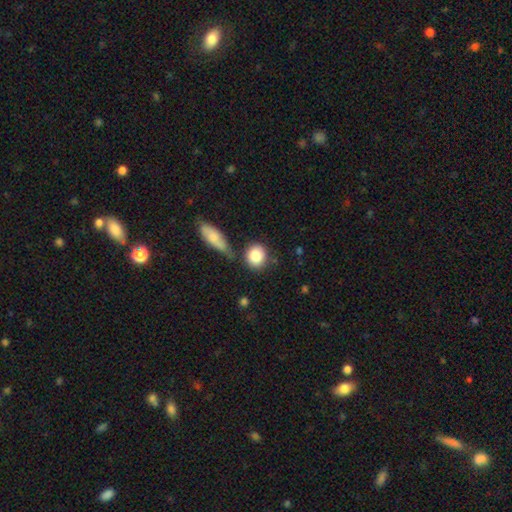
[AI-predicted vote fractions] Smooth or featured? smooth (85%)
How rounded? round (73%)
Merging? none (63%)